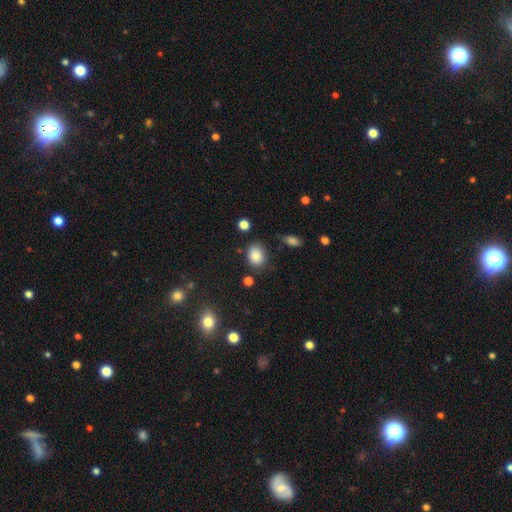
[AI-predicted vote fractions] smooth-or-featured: smooth: 86% | star or artifact: 10% | featured or disk: 5%
  how-rounded: in between: 55% | round: 44% | cigar-shaped: 1%
  merging: none: 76% | minor disturbance: 16% | major disturbance: 4% | merger: 4%